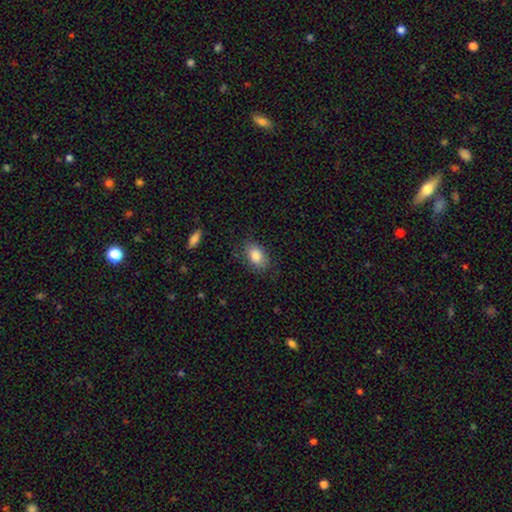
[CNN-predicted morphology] A smooth galaxy with no disk features (83%) that is in between round and cigar-shaped (87%). Merging: none (75%).